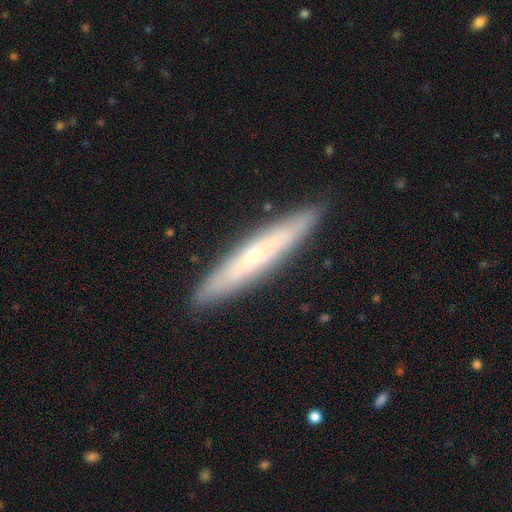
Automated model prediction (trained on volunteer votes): Smooth or featured? Predicted: featured or disk (p=0.51). Edge-on disk? Predicted: yes (p=0.80). Merging? Predicted: none (p=0.89).